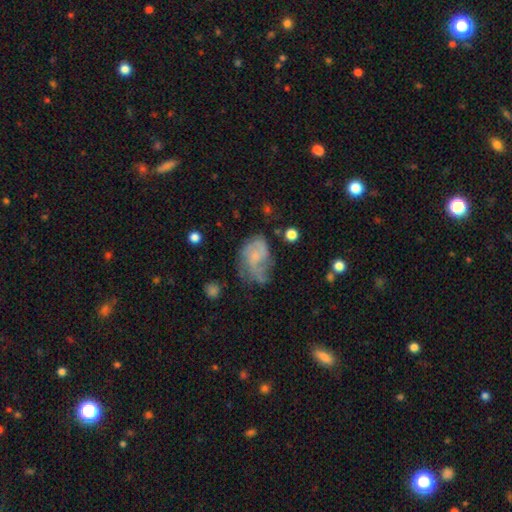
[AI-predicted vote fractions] smooth-or-featured: featured or disk: 59% | smooth: 32% | star or artifact: 9%
  disk-edge-on: no: 97% | yes: 3%
    bar: no: 72% | weak: 24% | strong: 3%
    has-spiral-arms: yes: 76% | no: 24%
    bulge-size: small: 55% | none: 26% | moderate: 16% | large: 2% | dominant: 1%
  merging: none: 40% | minor disturbance: 29% | major disturbance: 28% | merger: 4%